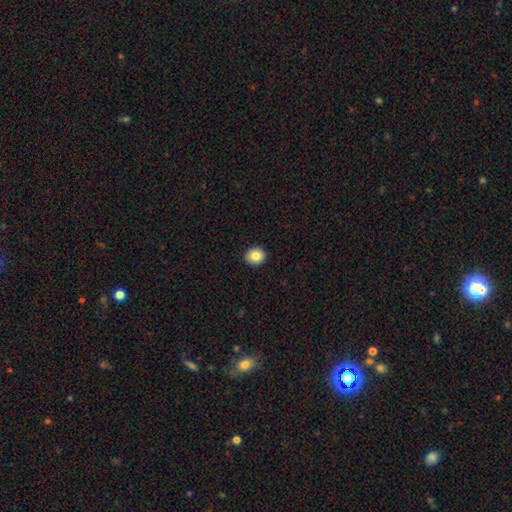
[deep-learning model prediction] The model was most divided on "how rounded": round: 82%, in between: 17%, cigar-shaped: 1%. More confident: merging — none (93%); smooth or featured — smooth (84%).